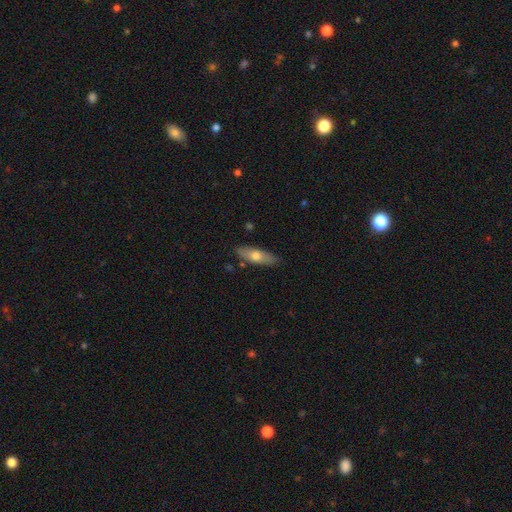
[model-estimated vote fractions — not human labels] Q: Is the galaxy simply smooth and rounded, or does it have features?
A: smooth — 63%.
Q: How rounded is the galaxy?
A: in between — 53%.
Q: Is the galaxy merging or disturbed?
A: none — 84%.